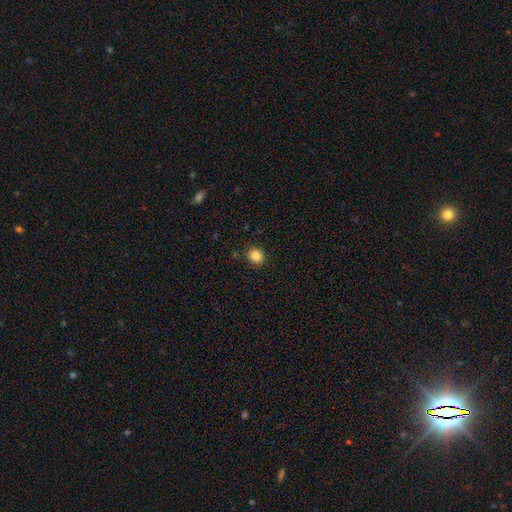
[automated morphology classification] Smooth or featured?
  - smooth: 86% *
  - star or artifact: 10%
  - featured or disk: 4%
How rounded?
  - round: 78% *
  - in between: 21%
  - cigar-shaped: 1%
Merging?
  - none: 88% *
  - minor disturbance: 8%
  - major disturbance: 2%
  - merger: 1%